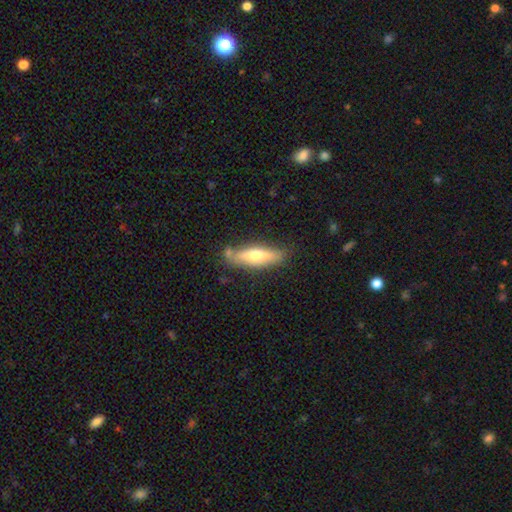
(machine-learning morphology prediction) A smooth galaxy with no disk features (48%).

Vote fractions:
- Smooth or featured? smooth: 48% / featured or disk: 46% / star or artifact: 6%
- Merging? none: 76% / minor disturbance: 15% / merger: 5% / major disturbance: 3%